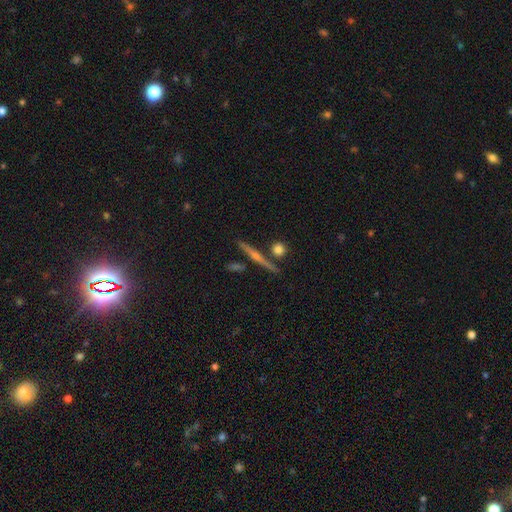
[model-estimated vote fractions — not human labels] This appears to be a featured or disk galaxy (76%) viewed edge-on (98%) with a rounded central bulge (84%). Merging: none (85%).